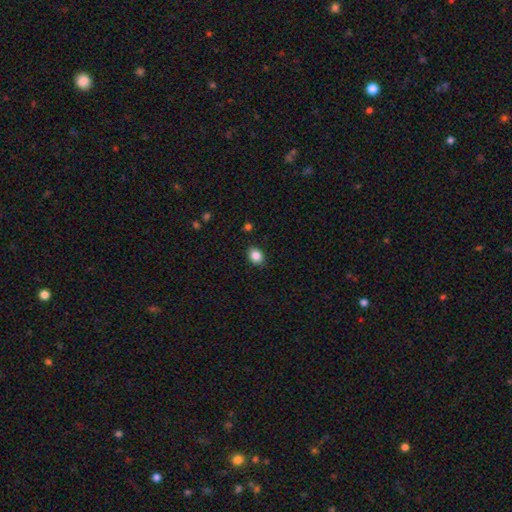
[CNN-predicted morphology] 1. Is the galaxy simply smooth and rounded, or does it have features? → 85% smooth, 10% star or artifact, 5% featured or disk.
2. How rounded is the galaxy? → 56% in between, 43% round, 1% cigar-shaped.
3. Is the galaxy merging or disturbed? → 87% none, 10% minor disturbance, 2% major disturbance, 1% merger.